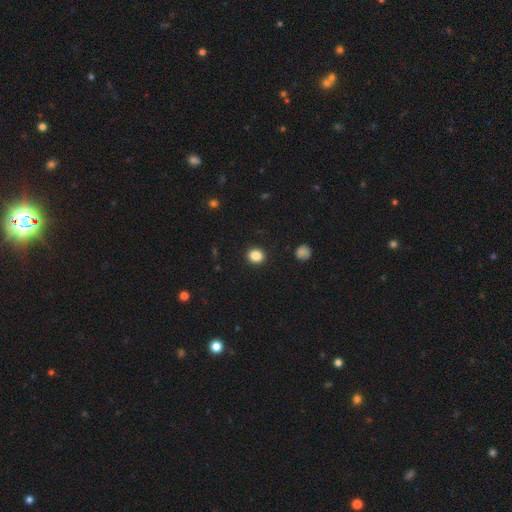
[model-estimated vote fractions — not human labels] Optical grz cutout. It shows a smooth galaxy with no disk features (86%) that is round (77%). Merging: none (92%).